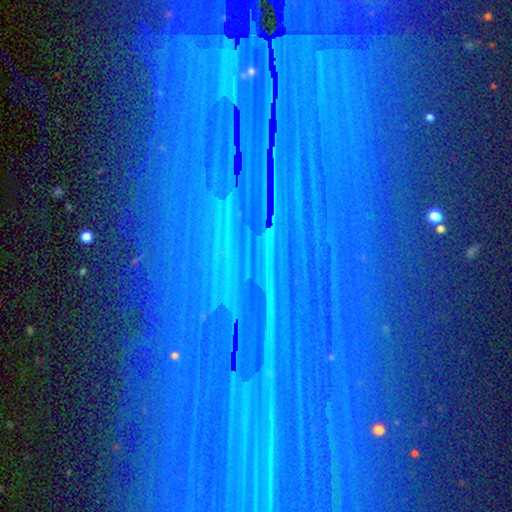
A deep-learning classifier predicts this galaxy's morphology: Smooth or featured: star or artifact — 82% (featured or disk — 10%)